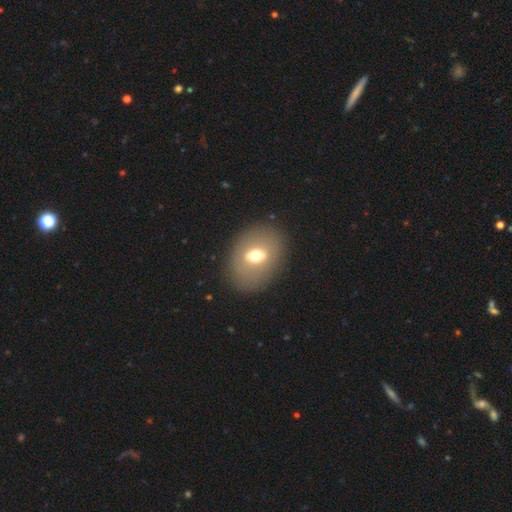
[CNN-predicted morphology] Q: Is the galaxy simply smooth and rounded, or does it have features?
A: smooth — 57%.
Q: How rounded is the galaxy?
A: in between — 70%.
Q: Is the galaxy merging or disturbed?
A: none — 85%.